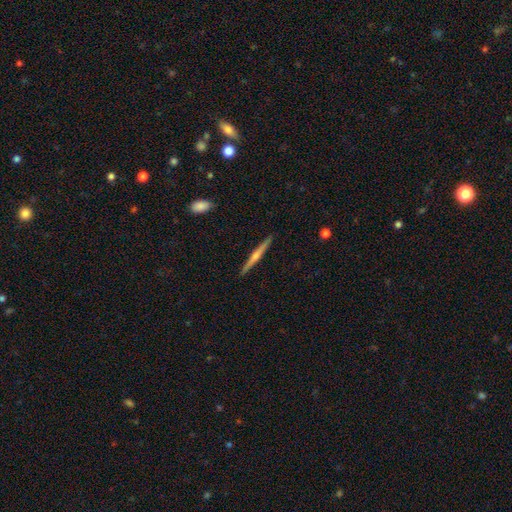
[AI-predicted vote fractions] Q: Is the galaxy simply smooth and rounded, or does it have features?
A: featured or disk — 74%.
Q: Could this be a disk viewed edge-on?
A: yes — 98%.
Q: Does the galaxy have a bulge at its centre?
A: rounded — 84%.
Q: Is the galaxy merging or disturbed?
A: none — 92%.